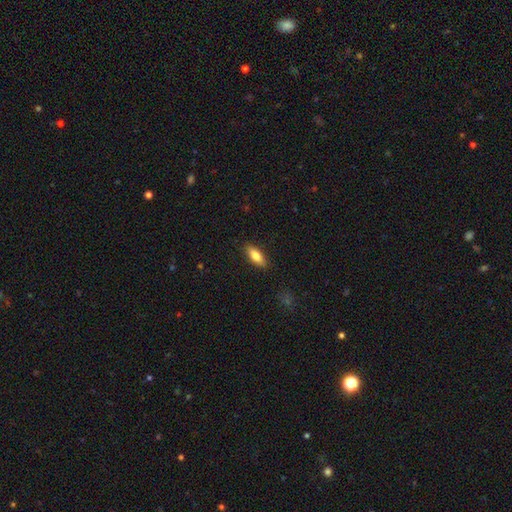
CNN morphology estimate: smooth 78%, featured or disk 15%, star or artifact 6%. Down the decision tree: how rounded — in between (70%); merging — none (88%).